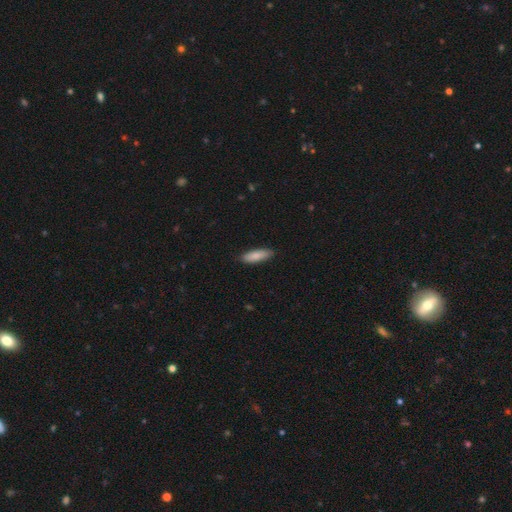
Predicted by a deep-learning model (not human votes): Smooth or featured? smooth (85%)
How rounded? cigar-shaped (53%)
Merging? none (87%)